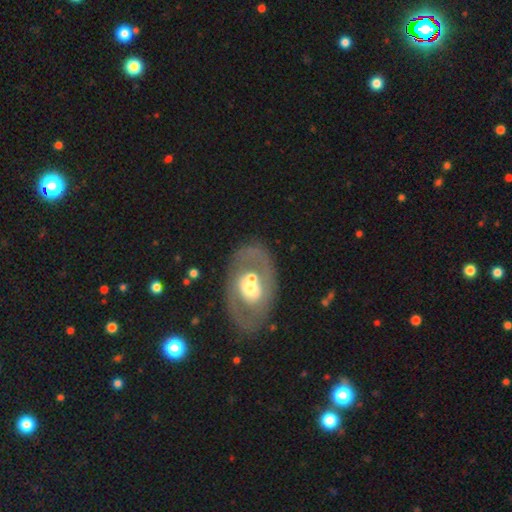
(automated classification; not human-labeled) featured or disk 66%, smooth 26%, star or artifact 7%. Down the decision tree: edge-on disk — no (94%); bar — no (77%); spiral arms — no (67%); bulge size — moderate (63%); merging — none (63%).